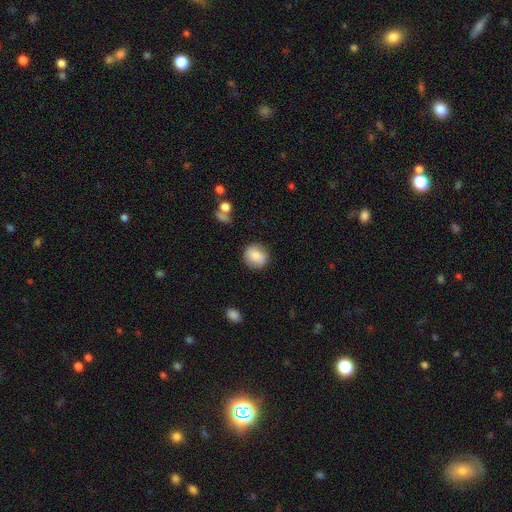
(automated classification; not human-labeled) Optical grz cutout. It shows a smooth galaxy with no disk features (82%) that is round (81%). Merging: none (86%).